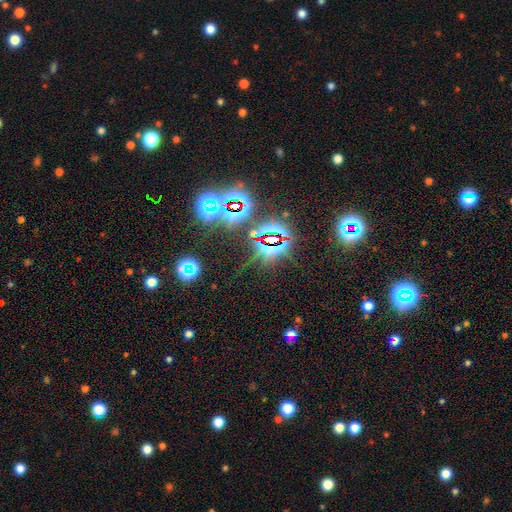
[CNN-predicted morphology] type=star or artifact (82%).